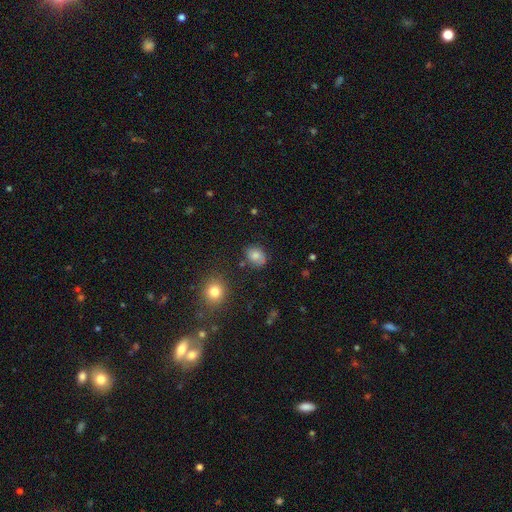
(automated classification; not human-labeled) Smooth or featured? smooth (74%)
How rounded? in between (53%)
Merging? none (71%)